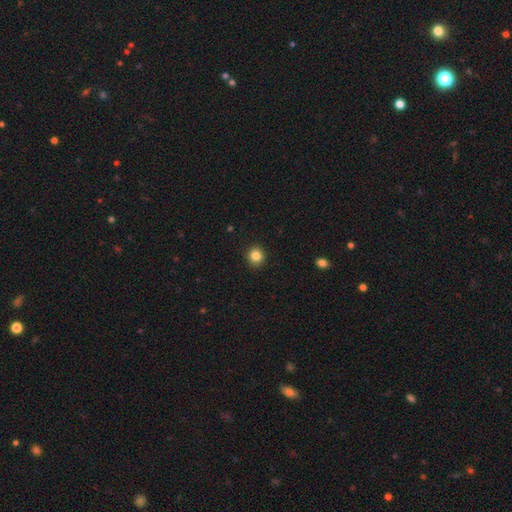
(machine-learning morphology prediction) Overall: smooth (84%). How rounded: round (91%). Merging: none (92%).